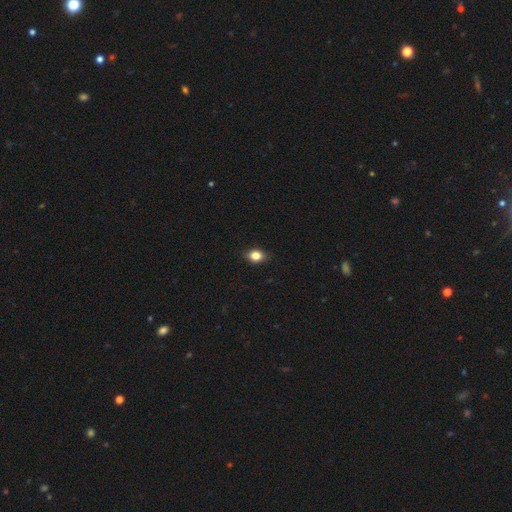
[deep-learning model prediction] Smooth or featured? smooth (82%)
How rounded? in between (61%)
Merging? none (85%)